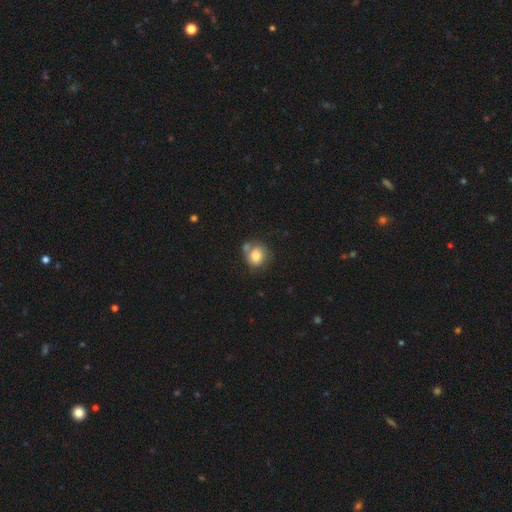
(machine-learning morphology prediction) A smooth galaxy with no disk features (78%) that is round (80%).

Vote fractions:
- Smooth or featured? smooth: 78% / featured or disk: 14% / star or artifact: 8%
- How rounded? round: 80% / in between: 19% / cigar-shaped: 1%
- Merging? none: 50% / merger: 25% / minor disturbance: 18% / major disturbance: 7%